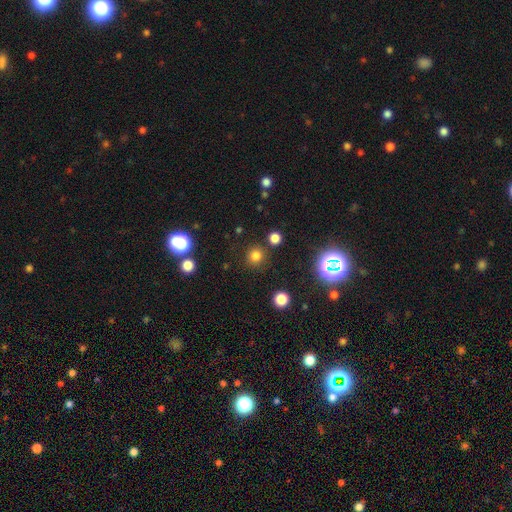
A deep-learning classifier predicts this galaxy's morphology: The model was most divided on "smooth or featured": smooth: 76%, star or artifact: 19%, featured or disk: 5%. More confident: how rounded — round (93%); merging — none (86%).